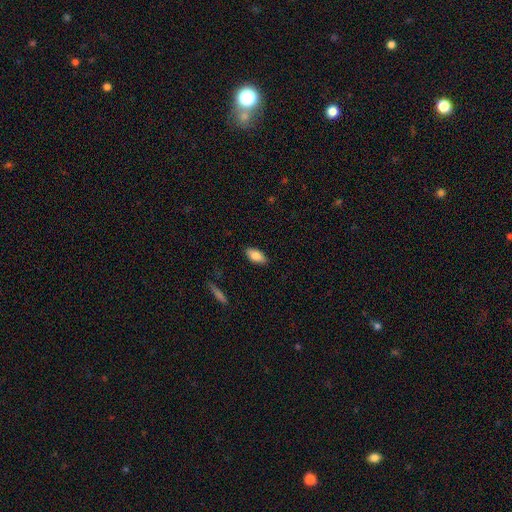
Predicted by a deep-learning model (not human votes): This is clearly a smooth galaxy (85%). How rounded: clearly in between (91%). Merging: clearly none (87%).